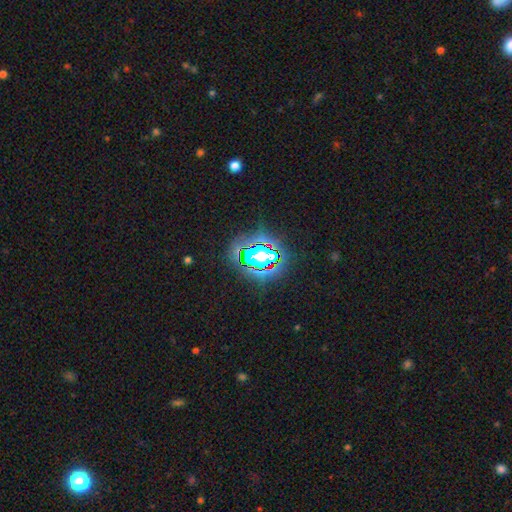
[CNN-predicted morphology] This appears to be a star or artifact, not a galaxy (70%).